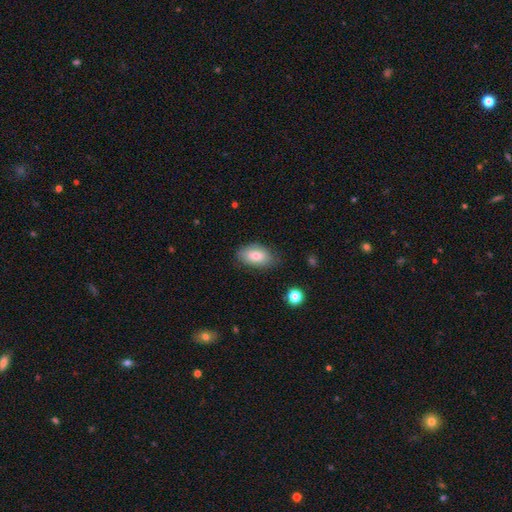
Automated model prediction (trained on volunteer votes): smooth 80%, featured or disk 13%, star or artifact 7%. Down the decision tree: how rounded — in between (93%); merging — none (76%).